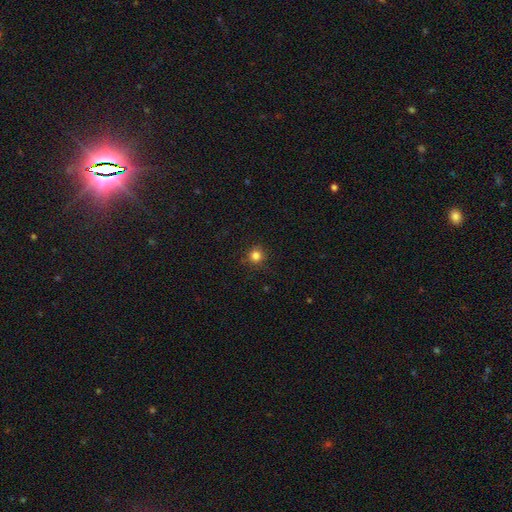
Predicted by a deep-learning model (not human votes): Morphology: type=smooth (82%); roundness=round (94%); merging=none (88%).